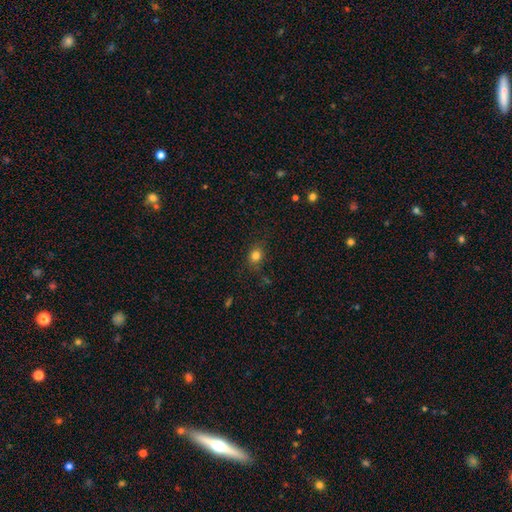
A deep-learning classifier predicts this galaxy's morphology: Overall: smooth (81%). How rounded: round (55%; in between 43%). Merging: none (79%).